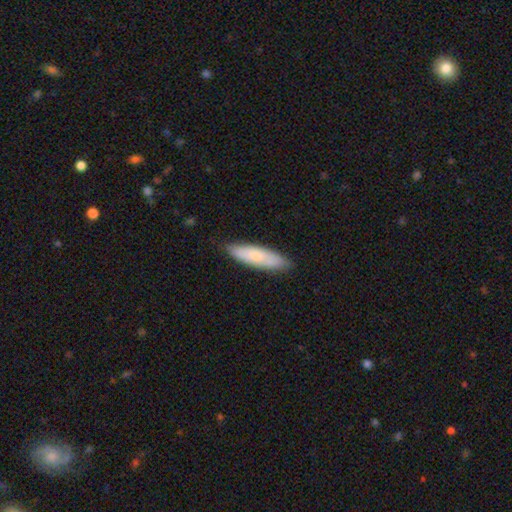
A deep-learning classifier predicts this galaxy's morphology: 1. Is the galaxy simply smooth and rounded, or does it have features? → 76% smooth, 18% featured or disk, 6% star or artifact.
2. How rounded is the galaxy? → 63% cigar-shaped, 35% in between, 2% round.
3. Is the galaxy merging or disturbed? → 83% none, 14% minor disturbance, 2% major disturbance, 1% merger.